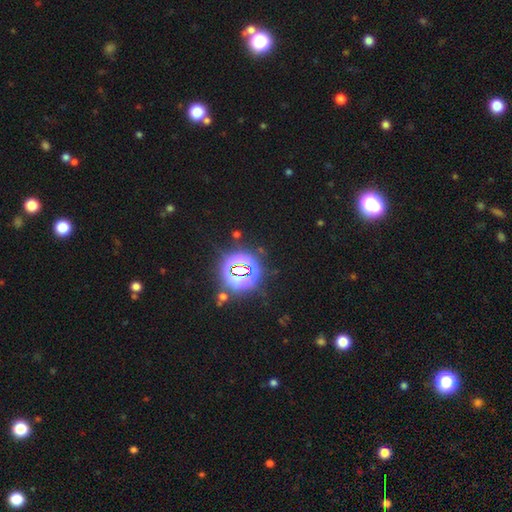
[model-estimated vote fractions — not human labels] Overall: star or artifact (83%).